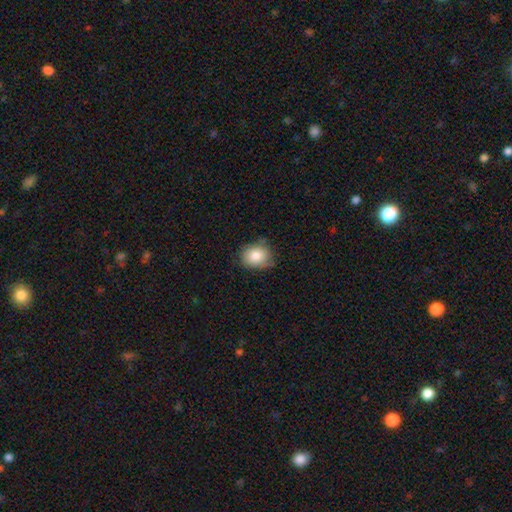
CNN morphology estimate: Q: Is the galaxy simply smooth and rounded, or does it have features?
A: smooth — 83%.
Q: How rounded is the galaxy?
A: round — 60%.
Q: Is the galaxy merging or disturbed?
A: none — 69%.